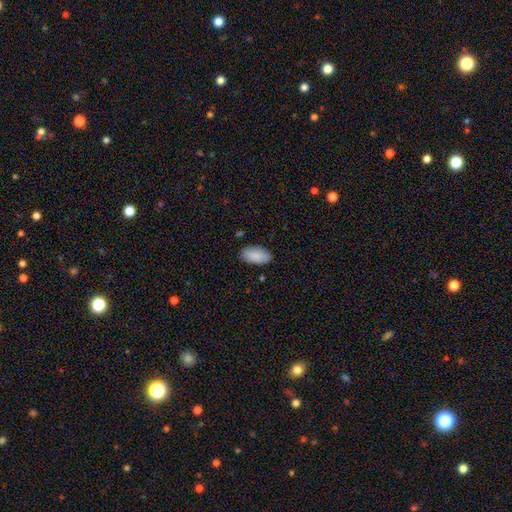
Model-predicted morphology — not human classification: Smooth or featured? Predicted: smooth (p=0.89). How rounded? Predicted: in between (p=0.95). Merging? Predicted: none (p=0.86).